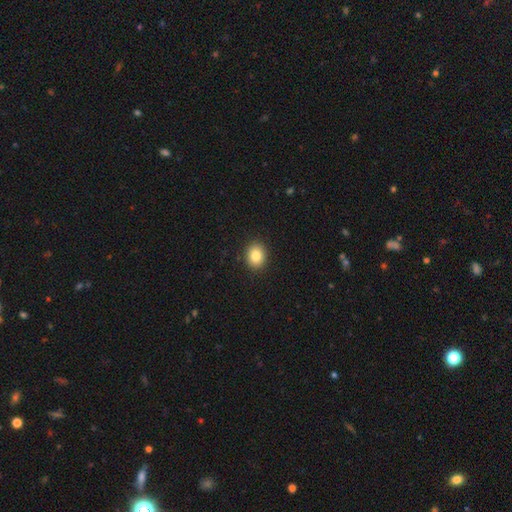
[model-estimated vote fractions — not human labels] Smooth or featured? smooth (84%)
How rounded? round (56%)
Merging? none (91%)